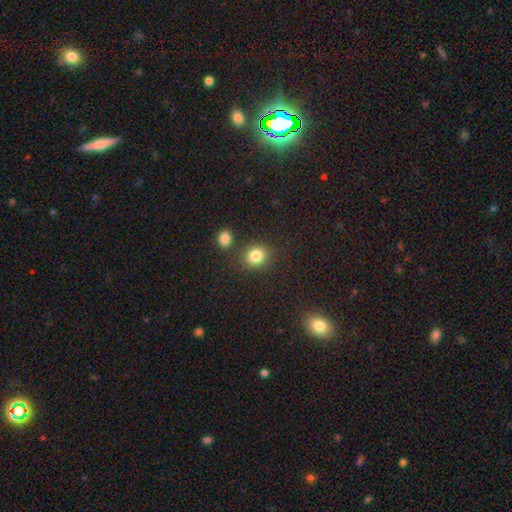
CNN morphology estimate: smooth 83%, star or artifact 11%, featured or disk 6%. Down the decision tree: how rounded — round (68%); merging — none (80%).